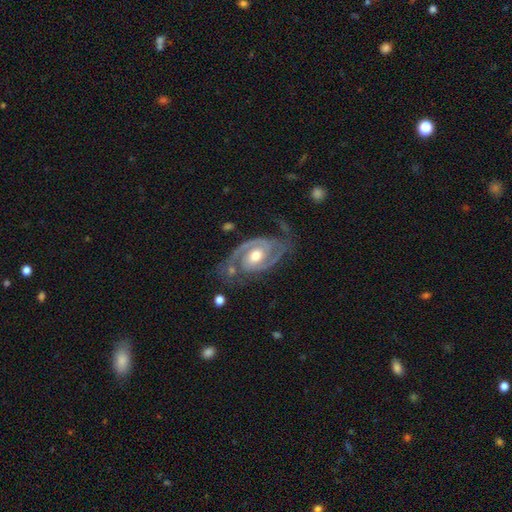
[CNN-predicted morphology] smooth-or-featured: featured or disk: 92% | smooth: 4% | star or artifact: 4%
  disk-edge-on: no: 97% | yes: 3%
    bar: no: 57% | weak: 31% | strong: 12%
    has-spiral-arms: yes: 98% | no: 2%
      spiral-winding: tight: 47% | medium: 44% | loose: 8%
      spiral-arm-count: 2: 90% | 3: 3% | can't tell: 3% | 1: 2% | 4: 1% | more than 4: 1%
    bulge-size: moderate: 75% | small: 13% | large: 10% | none: 1% | dominant: 1%
  merging: none: 67% | minor disturbance: 21% | major disturbance: 9% | merger: 3%